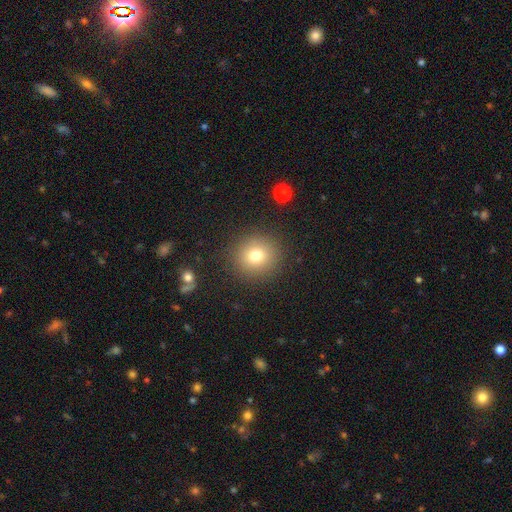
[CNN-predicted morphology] The model was most divided on "smooth or featured": smooth: 78%, star or artifact: 13%, featured or disk: 10%. More confident: how rounded — round (89%); merging — none (89%).